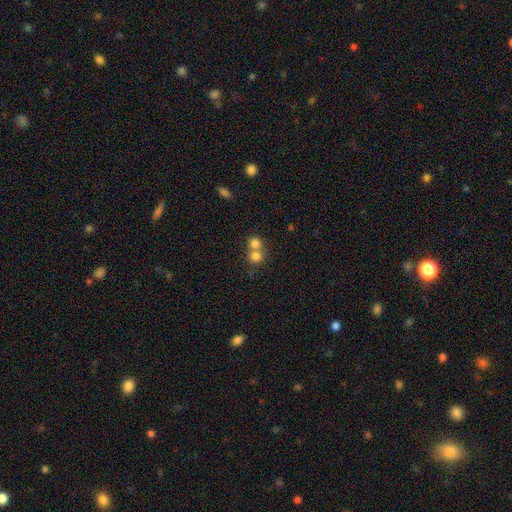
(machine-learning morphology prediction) Overall: smooth (78%). How rounded: round (83%). Merging: merger (56%; none 36%).